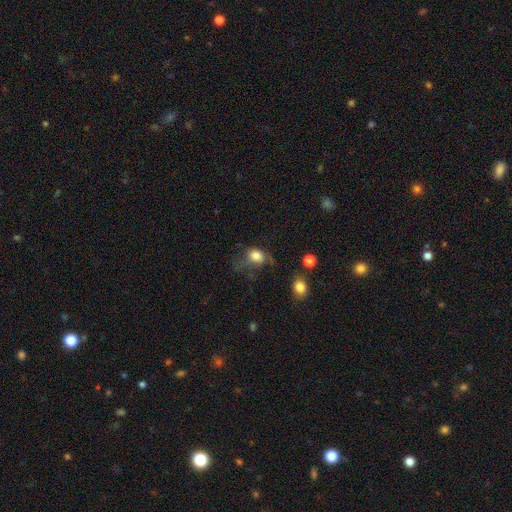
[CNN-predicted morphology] smooth-or-featured: smooth: 78% | featured or disk: 11% | star or artifact: 10%
  how-rounded: in between: 55% | round: 44% | cigar-shaped: 1%
  merging: none: 38% | major disturbance: 30% | minor disturbance: 28% | merger: 4%